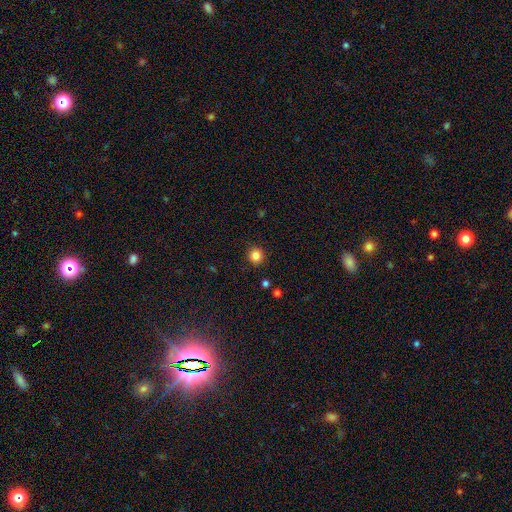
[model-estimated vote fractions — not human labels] smooth_or_featured: smooth (p=0.84) [alt: star or artifact p=0.12]
how_rounded: round (p=0.93) [alt: in between p=0.06]
merging: none (p=0.91) [alt: minor disturbance p=0.06]